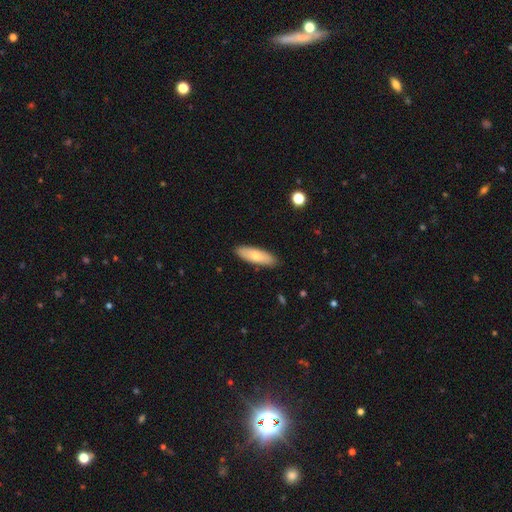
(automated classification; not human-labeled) Smooth or featured: smooth — 74% (featured or disk — 20%)
How rounded: in between — 53% (cigar-shaped — 45%)
Merging: none — 88% (minor disturbance — 9%)